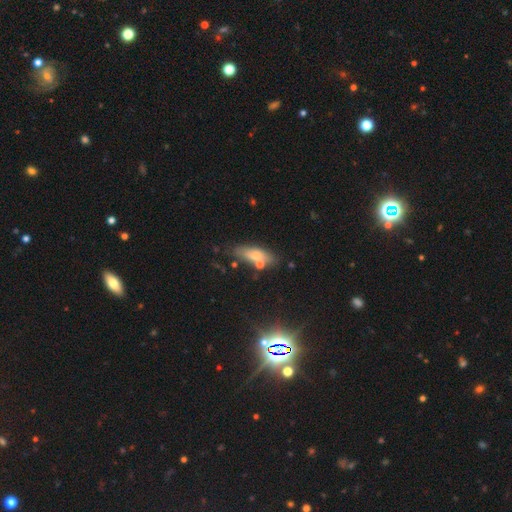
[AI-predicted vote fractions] smooth-or-featured: smooth: 70% | featured or disk: 21% | star or artifact: 9%
  how-rounded: in between: 64% | cigar-shaped: 32% | round: 3%
  merging: none: 66% | minor disturbance: 18% | merger: 11% | major disturbance: 5%